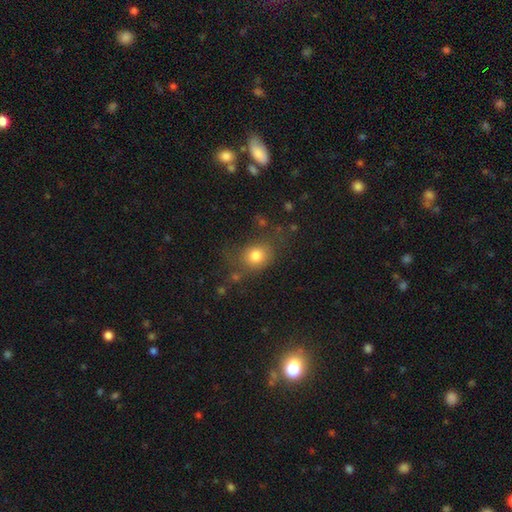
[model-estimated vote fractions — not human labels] A smooth galaxy with no disk features (78%) that is round (60%). Merging: none (62%).